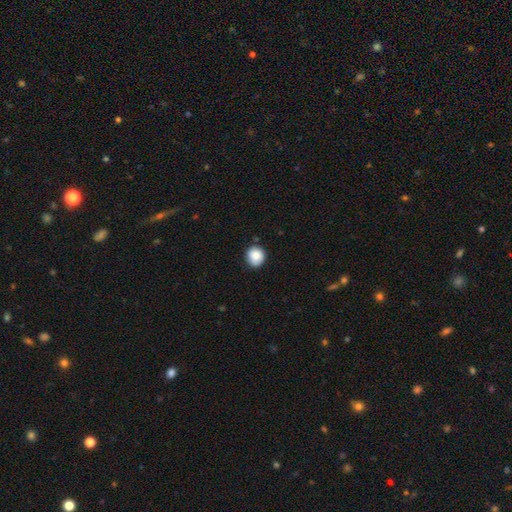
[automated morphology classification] type=smooth (86%); roundness=round (83%); merging=none (79%).